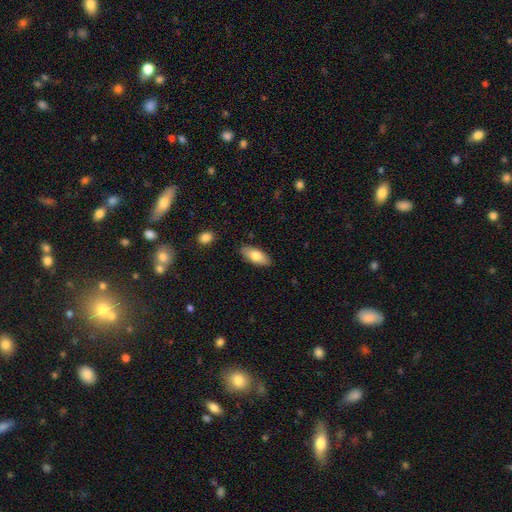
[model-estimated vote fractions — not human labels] This is likely a smooth galaxy (76%). How rounded: clearly in between (82%). Merging: clearly none (87%).